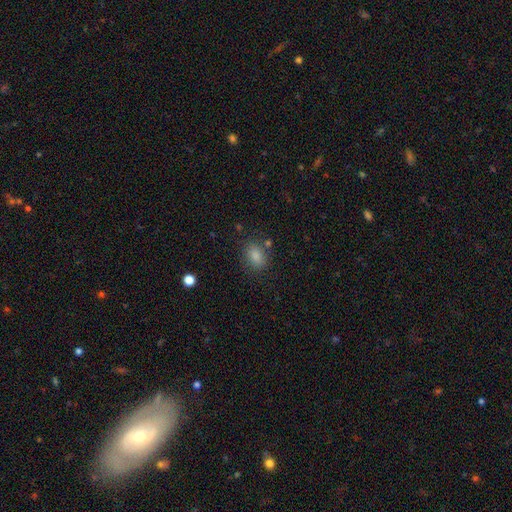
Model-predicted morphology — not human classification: Overall: smooth (84%). How rounded: in between (68%; round 31%). Merging: none (76%).